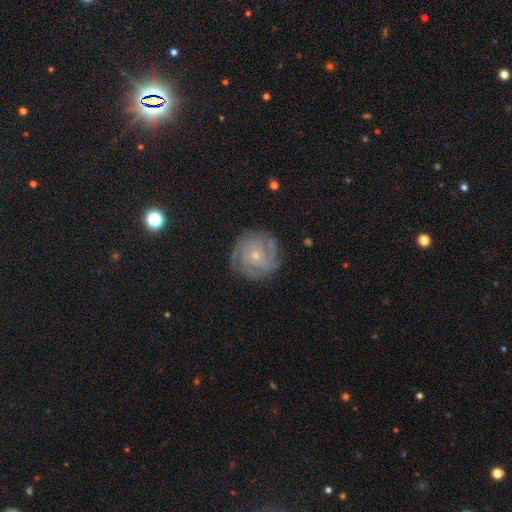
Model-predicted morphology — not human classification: featured or disk 84%, smooth 9%, star or artifact 7%. Down the decision tree: edge-on disk — no (98%); bar — no (77%); spiral arms — yes (96%); spiral arm count — 3 (30%); spiral winding — tight (72%); bulge size — small (76%); merging — none (81%).